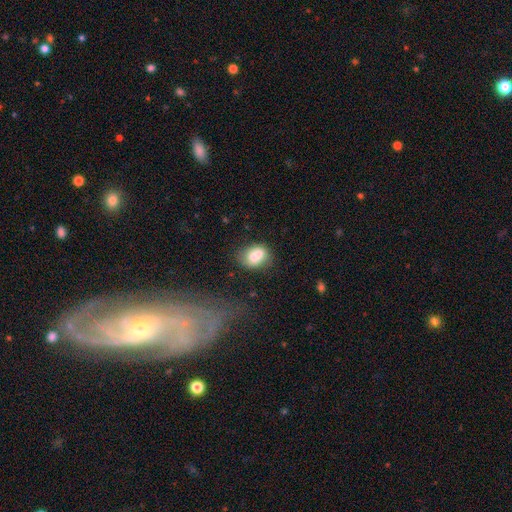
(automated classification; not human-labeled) Smooth or featured? smooth (71%)
How rounded? in between (60%)
Merging? merger (42%)